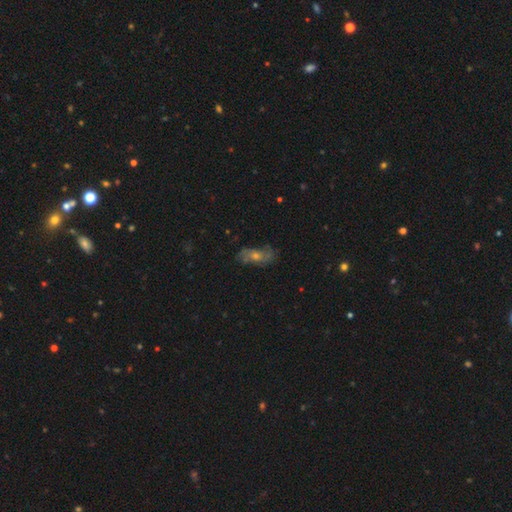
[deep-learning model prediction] This appears to be a featured or disk galaxy (55%). Merging: none (72%).